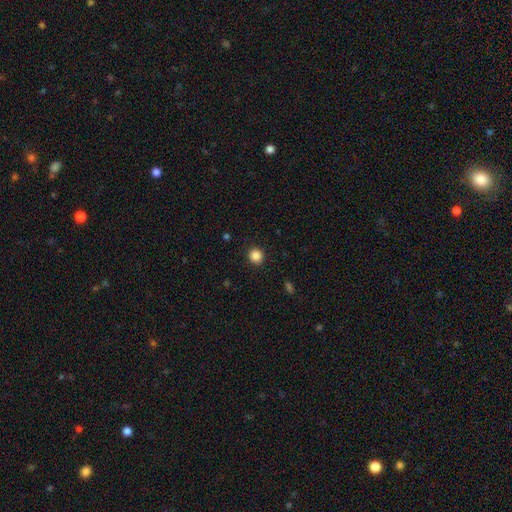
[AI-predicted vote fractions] This appears to be a smooth galaxy with no disk features (86%) that is round (92%). Merging: none (92%).